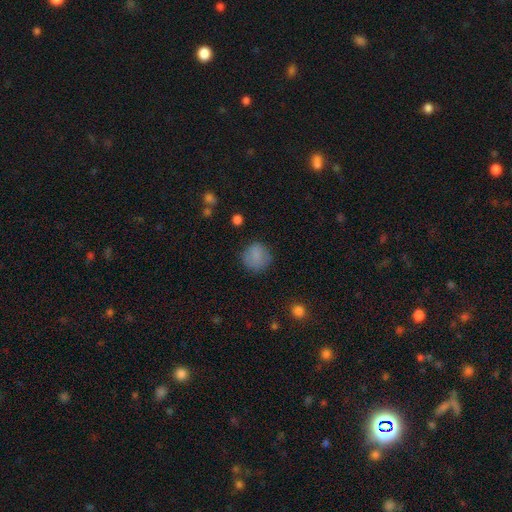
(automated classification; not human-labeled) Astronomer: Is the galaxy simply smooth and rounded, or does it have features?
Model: smooth — 82%.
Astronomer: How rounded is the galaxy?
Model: round — 89%.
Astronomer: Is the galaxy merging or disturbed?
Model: none — 79%.